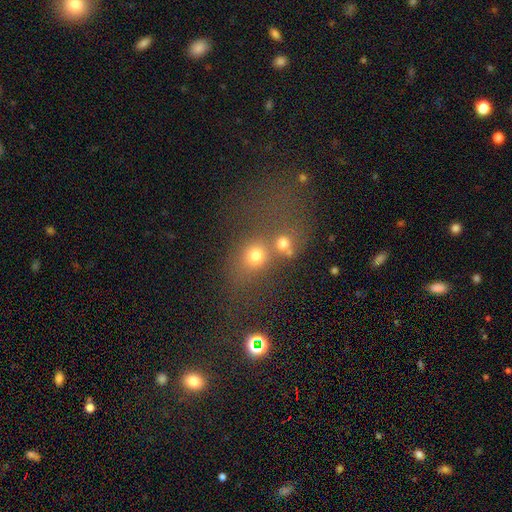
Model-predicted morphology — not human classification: Q: Smooth or featured?
A: smooth (66%); runner-up: star or artifact (20%)
Q: How rounded?
A: round (66%); runner-up: in between (32%)
Q: Merging?
A: merger (44%); runner-up: none (37%)